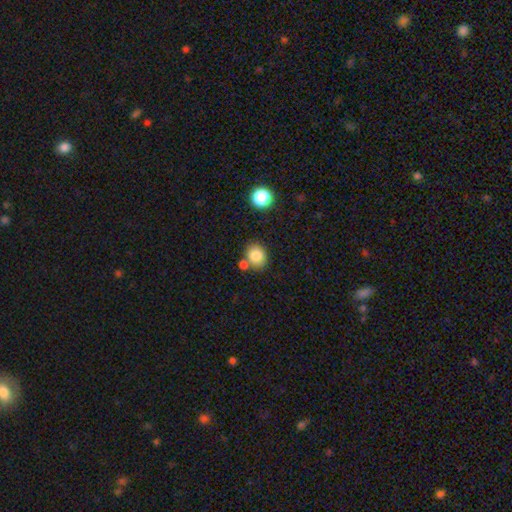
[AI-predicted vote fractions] Smooth or featured: smooth — 83% (star or artifact — 10%)
How rounded: round — 63% (in between — 36%)
Merging: none — 69% (merger — 16%)